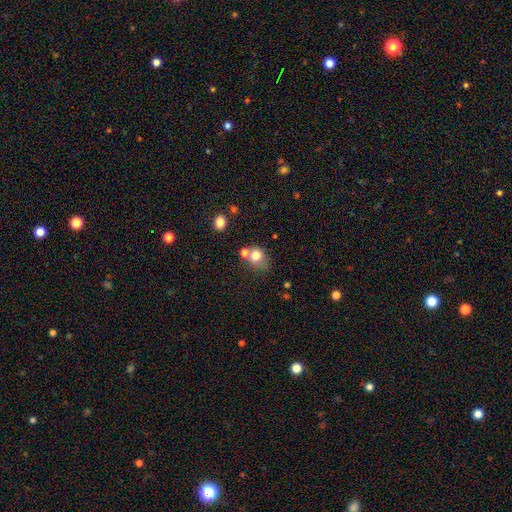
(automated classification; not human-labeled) smooth-or-featured: smooth: 75% | featured or disk: 13% | star or artifact: 12%
  how-rounded: round: 68% | in between: 31% | cigar-shaped: 1%
  merging: none: 44% | merger: 33% | minor disturbance: 16% | major disturbance: 7%